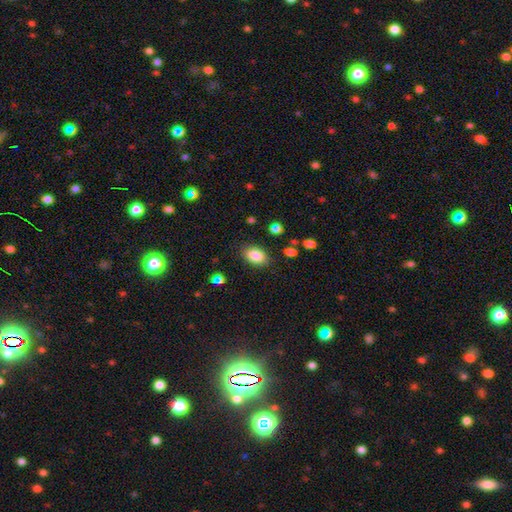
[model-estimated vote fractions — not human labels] A smooth galaxy with no disk features (86%) that is in between round and cigar-shaped (88%).

Vote fractions:
- Smooth or featured? smooth: 86% / star or artifact: 9% / featured or disk: 6%
- How rounded? in between: 88% / round: 11% / cigar-shaped: 1%
- Merging? none: 84% / minor disturbance: 10% / major disturbance: 3% / merger: 2%